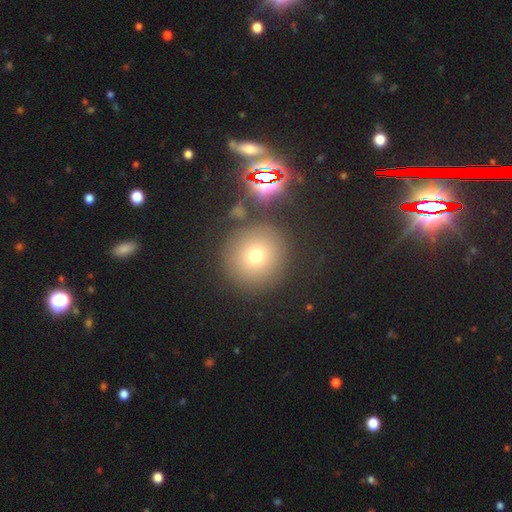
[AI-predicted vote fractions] Morphology: type=smooth (69%); roundness=round (94%); merging=none (83%).